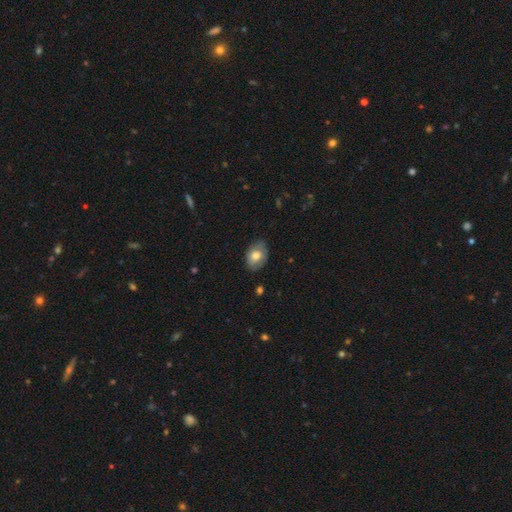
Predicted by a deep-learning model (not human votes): Smooth or featured? Predicted: smooth (p=0.70). How rounded? Predicted: in between (p=0.80). Merging? Predicted: none (p=0.77).